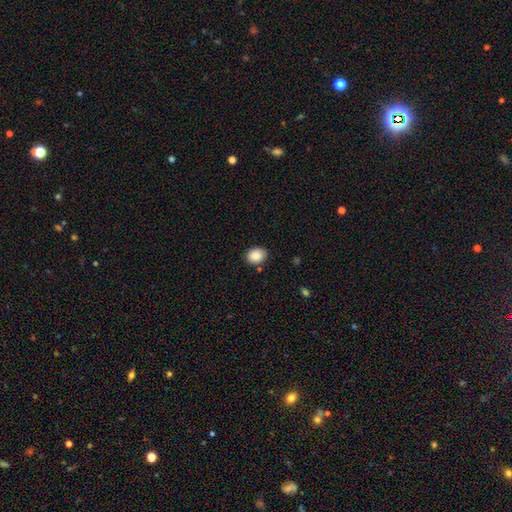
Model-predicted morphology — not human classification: Smooth or featured?
  - smooth: 87% *
  - star or artifact: 8%
  - featured or disk: 5%
How rounded?
  - in between: 56% *
  - round: 43%
  - cigar-shaped: 1%
Merging?
  - none: 86% *
  - minor disturbance: 10%
  - merger: 2%
  - major disturbance: 2%